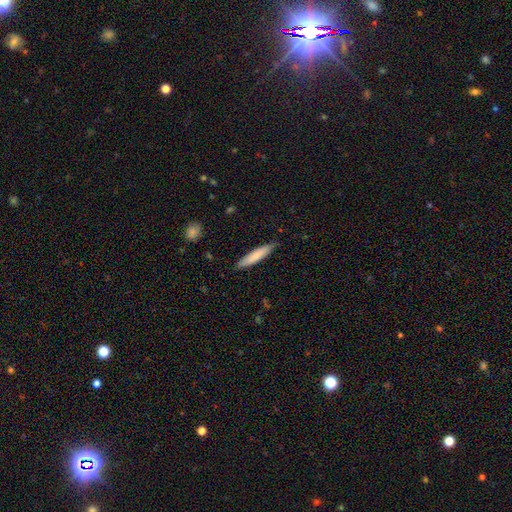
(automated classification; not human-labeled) Smooth or featured? Predicted: smooth (p=0.78). How rounded? Predicted: cigar-shaped (p=0.87). Merging? Predicted: none (p=0.85).